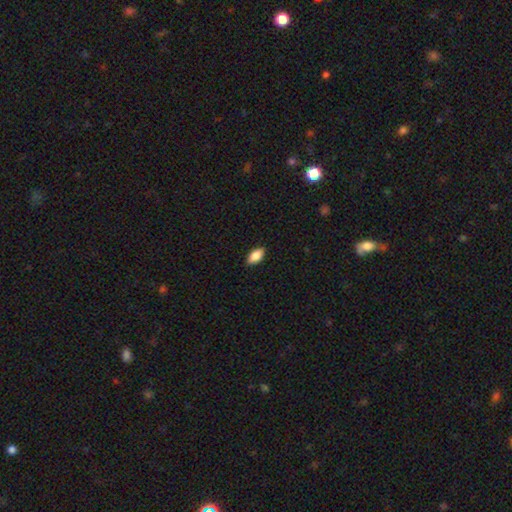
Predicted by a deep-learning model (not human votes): Smooth or featured? Predicted: smooth (p=0.86). How rounded? Predicted: in between (p=0.91). Merging? Predicted: none (p=0.88).